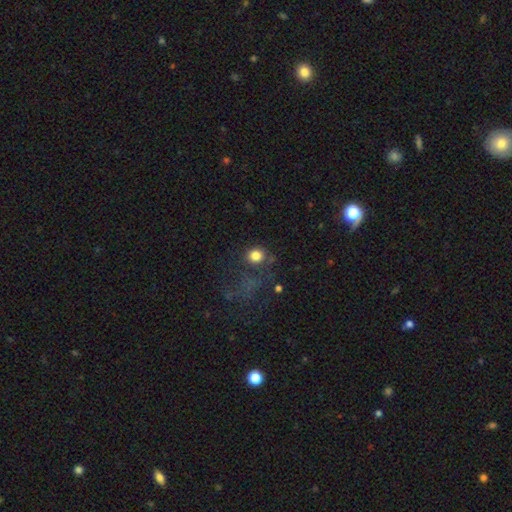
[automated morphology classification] The model was most divided on "merging": none: 69%, minor disturbance: 15%, major disturbance: 11%, merger: 5%. More confident: how rounded — round (84%); smooth or featured — smooth (80%).